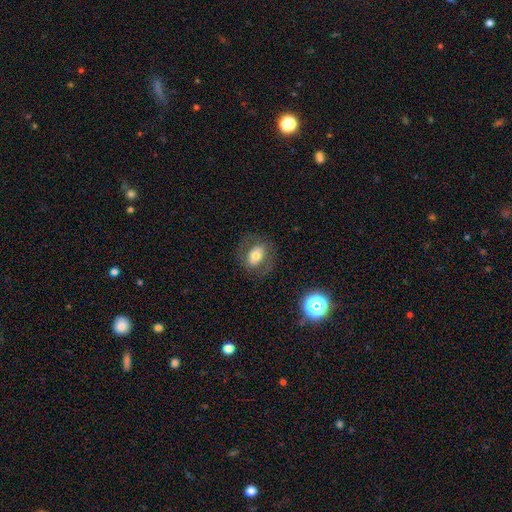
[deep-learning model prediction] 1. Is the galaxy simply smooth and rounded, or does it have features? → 55% smooth, 34% featured or disk, 11% star or artifact.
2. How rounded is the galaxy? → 60% in between, 39% round, 1% cigar-shaped.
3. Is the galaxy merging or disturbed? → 73% none, 14% minor disturbance, 11% major disturbance, 1% merger.